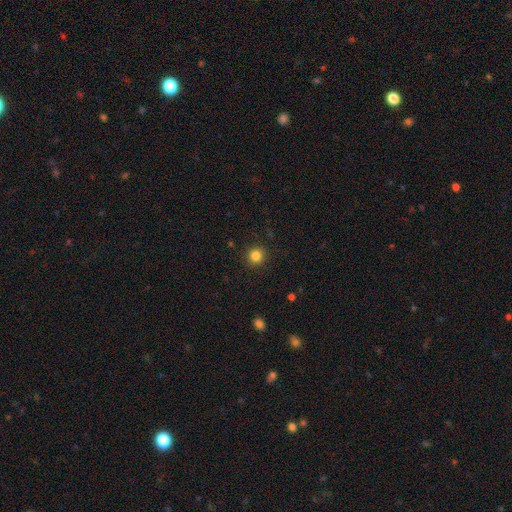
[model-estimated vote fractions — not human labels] Morphology: type=smooth (84%); roundness=round (94%); merging=none (92%).